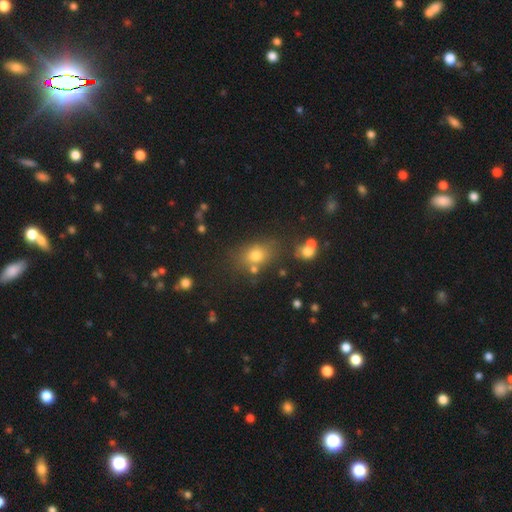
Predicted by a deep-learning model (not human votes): This appears to be a smooth galaxy with no disk features (73%) that is in between round and cigar-shaped (59%). Merging: none (69%).